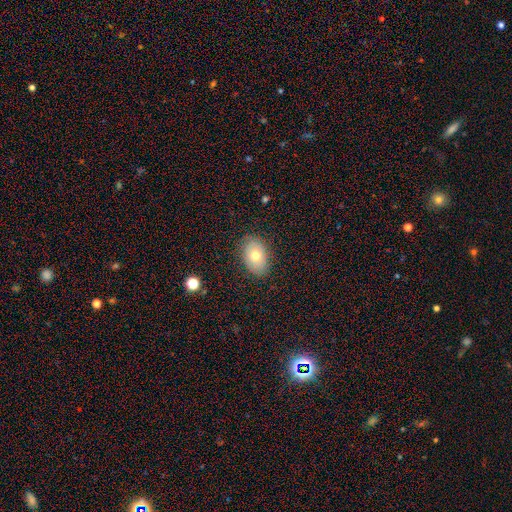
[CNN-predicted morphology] smooth-or-featured: smooth: 69% | featured or disk: 21% | star or artifact: 9%
  how-rounded: in between: 85% | round: 14% | cigar-shaped: 1%
  merging: none: 83% | minor disturbance: 12% | major disturbance: 3% | merger: 1%